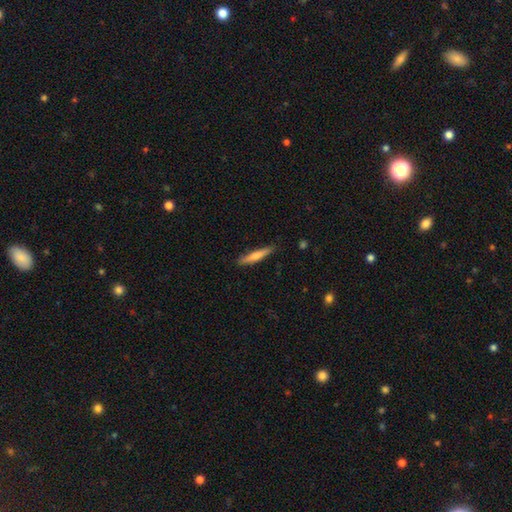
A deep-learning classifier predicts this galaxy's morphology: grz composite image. It shows a smooth galaxy with no disk features (63%) that is cigar-shaped (91%). Merging: none (87%).